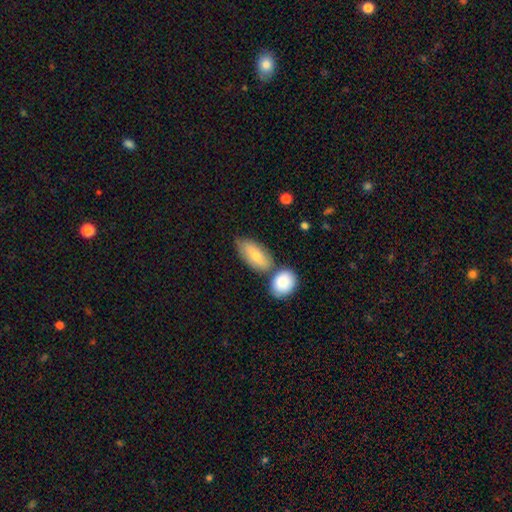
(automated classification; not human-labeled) Smooth or featured: smooth — 74% (featured or disk — 20%)
How rounded: in between — 86% (cigar-shaped — 10%)
Merging: none — 53% (merger — 25%)